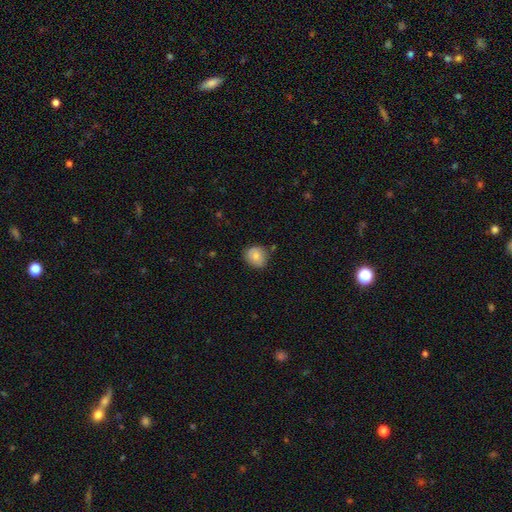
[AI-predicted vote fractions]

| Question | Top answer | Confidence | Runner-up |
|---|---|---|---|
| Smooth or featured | smooth | 78% | featured or disk (14%) |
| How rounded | round | 79% | in between (20%) |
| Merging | none | 75% | minor disturbance (20%) |